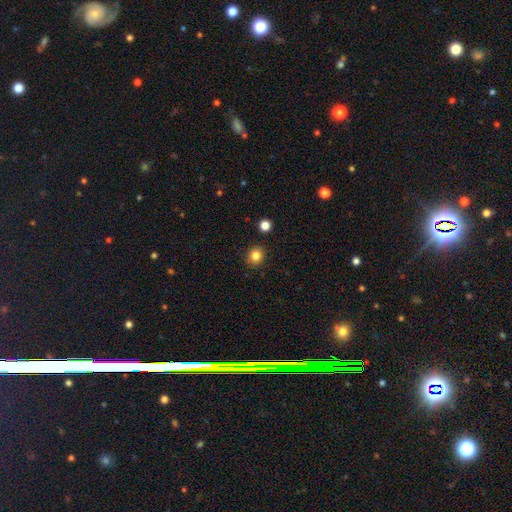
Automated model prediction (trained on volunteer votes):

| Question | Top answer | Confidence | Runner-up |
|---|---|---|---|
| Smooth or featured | smooth | 83% | star or artifact (11%) |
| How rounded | round | 81% | in between (18%) |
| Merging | none | 89% | minor disturbance (7%) |